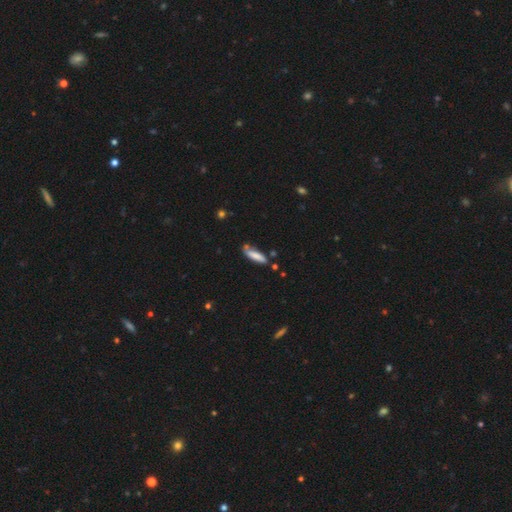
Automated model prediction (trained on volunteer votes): Overall: smooth (73%). How rounded: cigar-shaped (68%; in between 31%). Merging: none (63%).